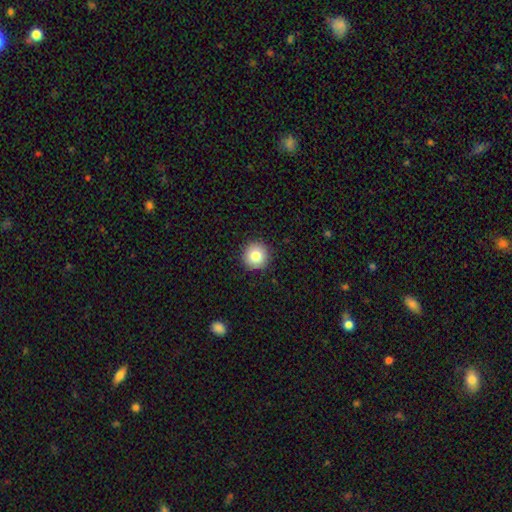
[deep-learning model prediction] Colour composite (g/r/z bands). It shows a smooth galaxy with no disk features (82%) that is round (95%). Merging: none (91%).